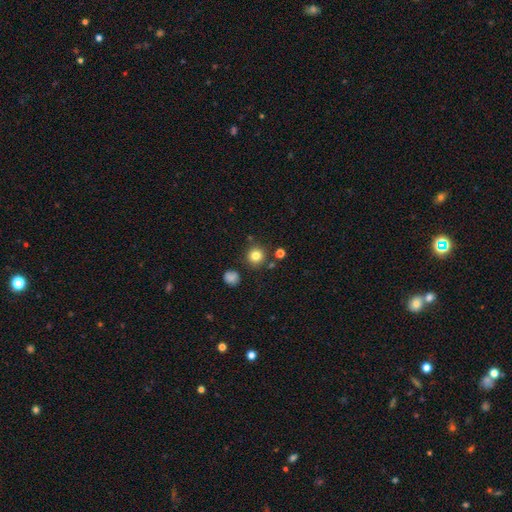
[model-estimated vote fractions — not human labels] Overall: smooth (81%). How rounded: round (93%). Merging: none (84%).